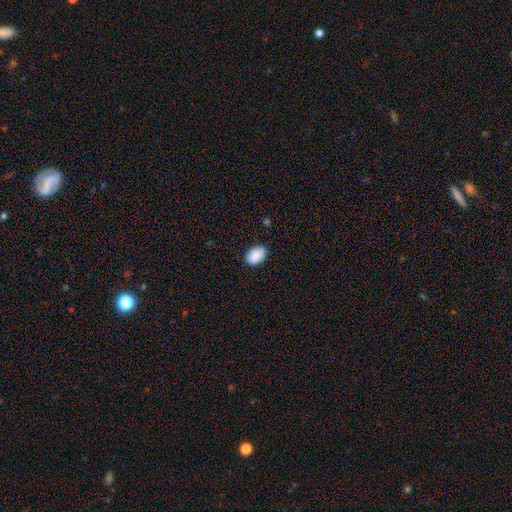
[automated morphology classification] Smooth or featured? smooth (90%)
How rounded? in between (89%)
Merging? none (86%)